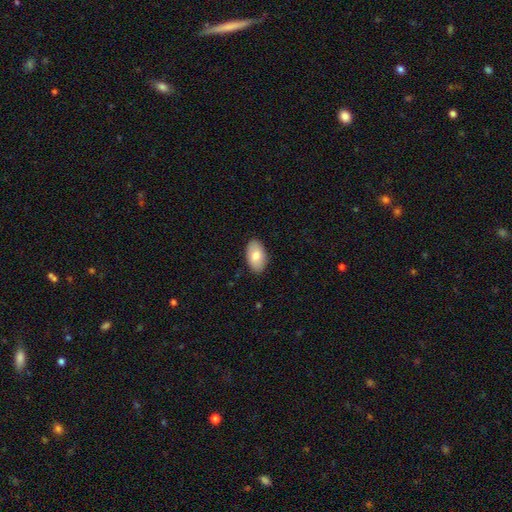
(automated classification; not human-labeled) smooth_or_featured: smooth (p=0.77) [alt: featured or disk p=0.16]
how_rounded: in between (p=0.94) [alt: round p=0.05]
merging: none (p=0.88) [alt: minor disturbance p=0.09]